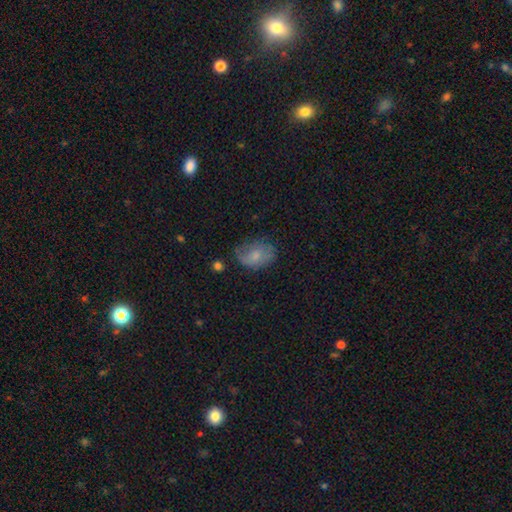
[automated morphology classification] Smooth or featured: smooth — 67% (featured or disk — 24%)
How rounded: in between — 76% (round — 23%)
Merging: none — 57% (minor disturbance — 30%)